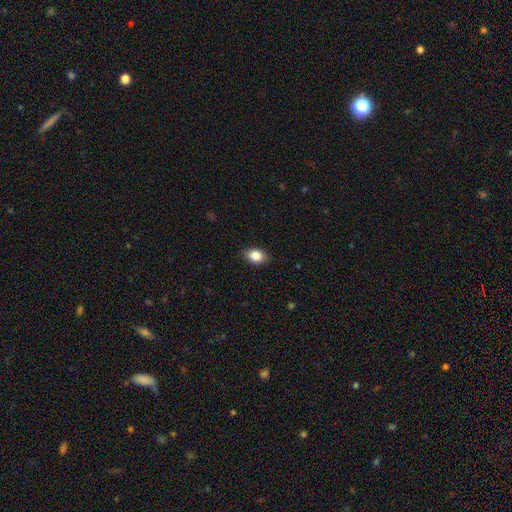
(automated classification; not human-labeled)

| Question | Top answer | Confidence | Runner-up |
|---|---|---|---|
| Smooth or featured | smooth | 85% | star or artifact (8%) |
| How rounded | in between | 79% | round (20%) |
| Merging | none | 87% | minor disturbance (10%) |